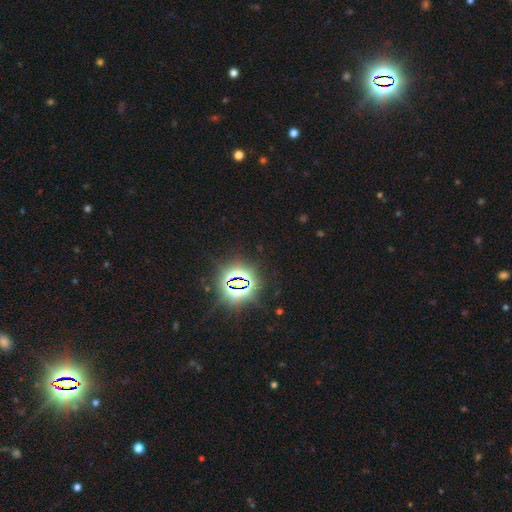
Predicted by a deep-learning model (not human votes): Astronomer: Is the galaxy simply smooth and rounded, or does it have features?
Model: star or artifact — 84%.